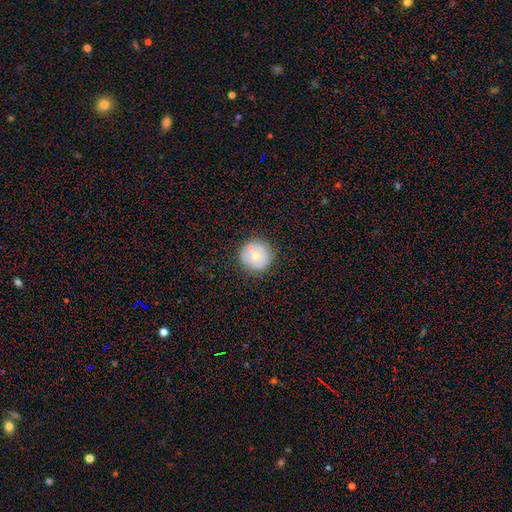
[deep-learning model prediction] smooth 60%, featured or disk 32%, star or artifact 8%. Down the decision tree: how rounded — round (94%); merging — none (77%).